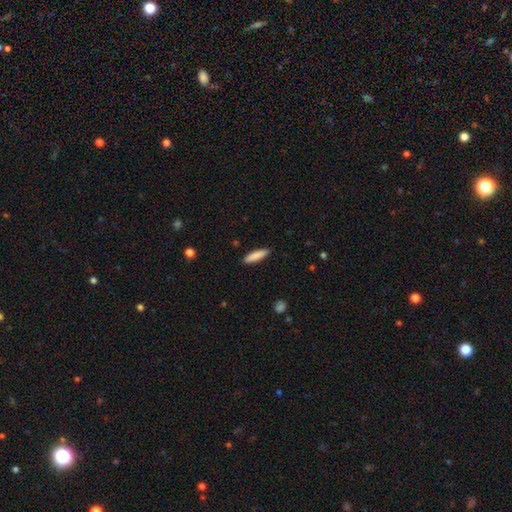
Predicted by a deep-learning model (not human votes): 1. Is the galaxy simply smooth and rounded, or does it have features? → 86% smooth, 8% featured or disk, 6% star or artifact.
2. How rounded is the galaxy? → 76% cigar-shaped, 23% in between, 1% round.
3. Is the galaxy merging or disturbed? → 90% none, 8% minor disturbance, 2% major disturbance, 1% merger.